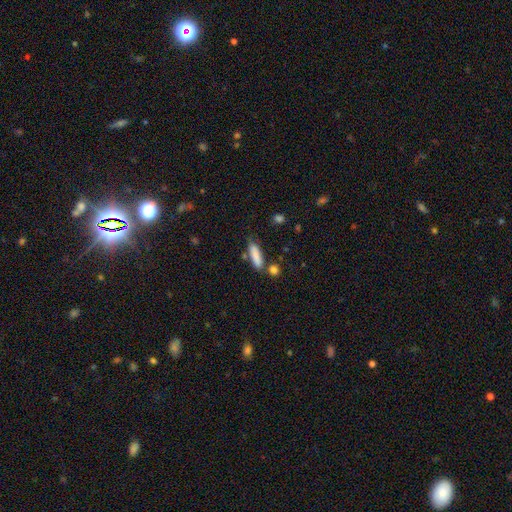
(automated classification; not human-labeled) This appears to be a smooth galaxy with no disk features (85%) that is cigar-shaped (63%). Merging: none (71%).